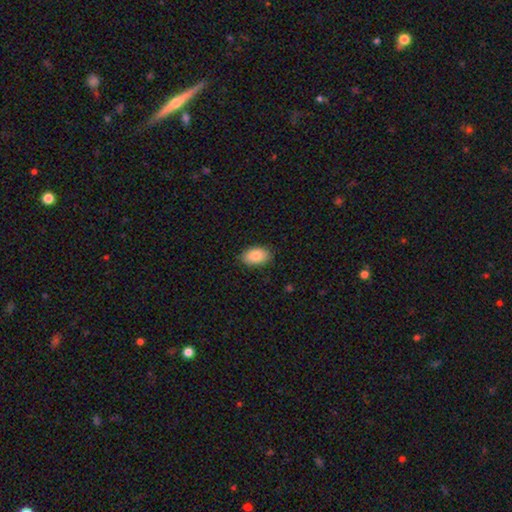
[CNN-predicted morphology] Smooth or featured: smooth — 87% (star or artifact — 7%)
How rounded: in between — 91% (round — 8%)
Merging: none — 85% (minor disturbance — 11%)